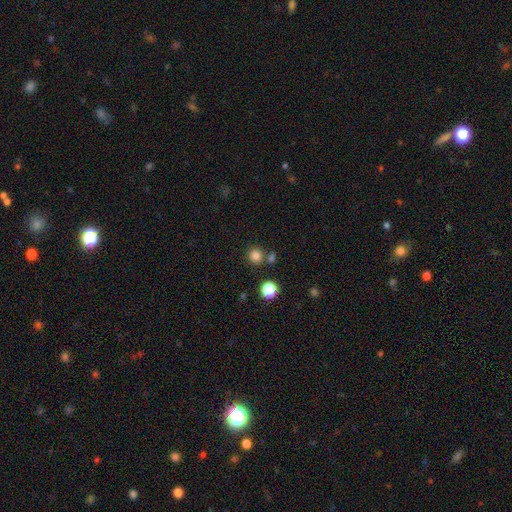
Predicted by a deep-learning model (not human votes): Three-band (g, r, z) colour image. It shows a smooth galaxy with no disk features (81%) that is round (90%). Merging: none (76%).